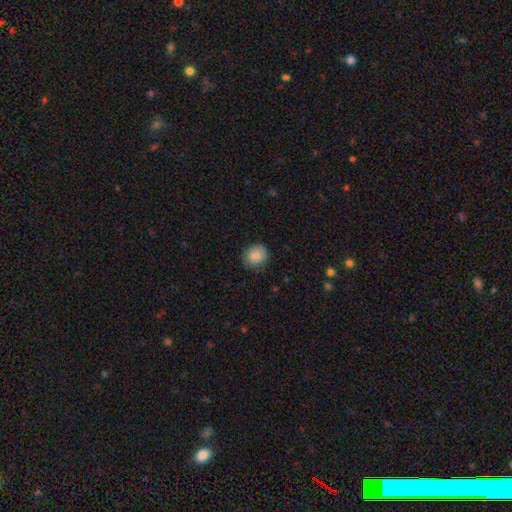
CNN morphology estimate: Smooth or featured?
  - smooth: 82% *
  - featured or disk: 10%
  - star or artifact: 8%
How rounded?
  - round: 83% *
  - in between: 16%
  - cigar-shaped: 1%
Merging?
  - none: 80% *
  - minor disturbance: 16%
  - major disturbance: 4%
  - merger: 1%